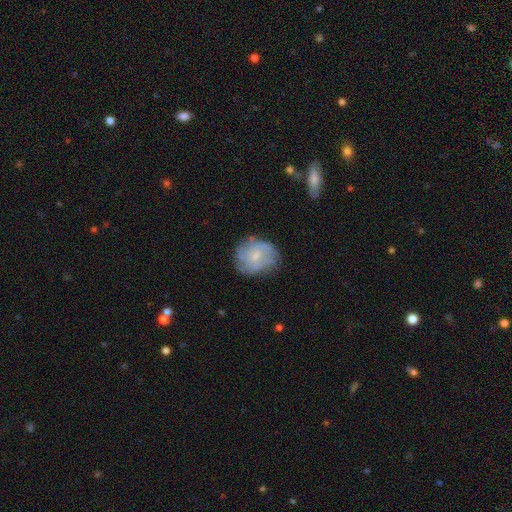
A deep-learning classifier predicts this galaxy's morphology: This appears to be a smooth galaxy with no disk features (48%). Merging: none (65%).